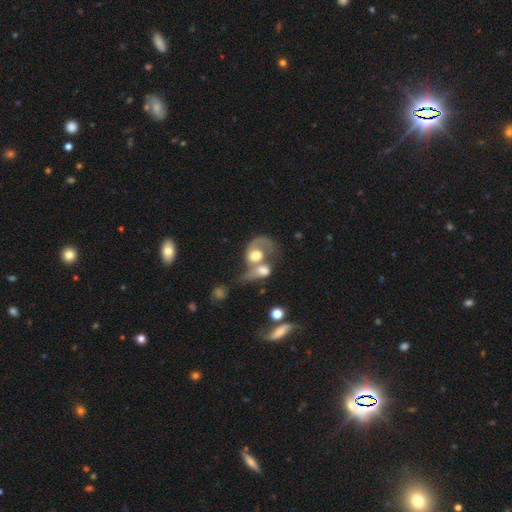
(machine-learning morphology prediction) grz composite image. It shows a featured or disk galaxy (54%) with no bar (76%), spiral arms (68%) and a moderate central bulge (48%). Merging: merger (76%).